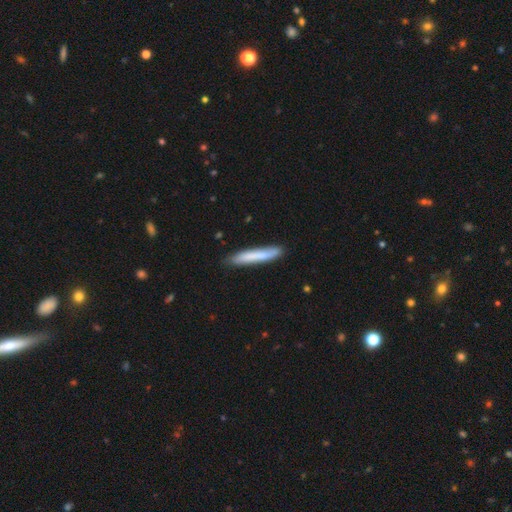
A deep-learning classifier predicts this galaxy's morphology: Smooth or featured? Predicted: smooth (p=0.72). How rounded? Predicted: cigar-shaped (p=0.94). Merging? Predicted: none (p=0.83).